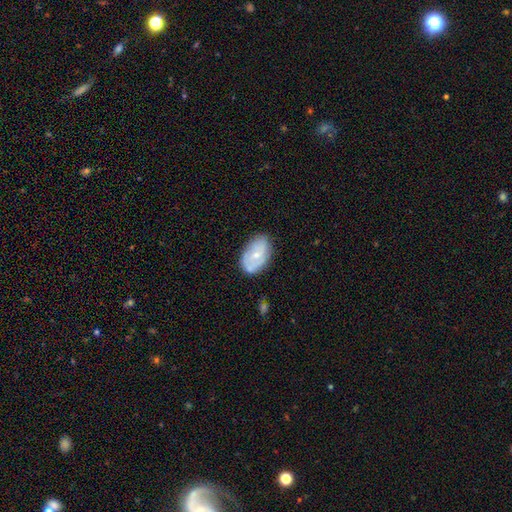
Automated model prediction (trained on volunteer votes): Smooth or featured? Predicted: smooth (p=0.50). How rounded? Predicted: in between (p=0.90). Merging? Predicted: none (p=0.69).